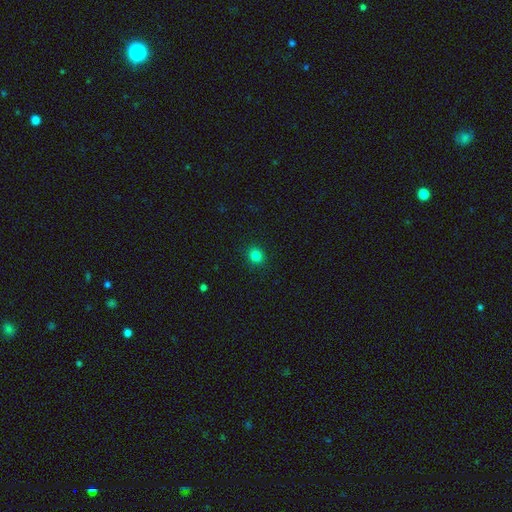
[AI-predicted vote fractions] smooth-or-featured: smooth: 82% | star or artifact: 14% | featured or disk: 4%
  how-rounded: round: 80% | in between: 19% | cigar-shaped: 1%
  merging: none: 90% | minor disturbance: 7% | major disturbance: 2% | merger: 1%